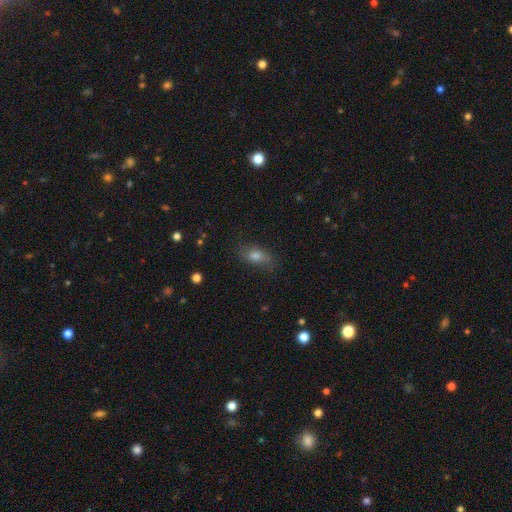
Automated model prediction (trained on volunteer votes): Smooth or featured?
  - smooth: 67% *
  - featured or disk: 17%
  - star or artifact: 15%
How rounded?
  - in between: 77% *
  - round: 14%
  - cigar-shaped: 9%
Merging?
  - none: 74% *
  - minor disturbance: 18%
  - major disturbance: 7%
  - merger: 2%